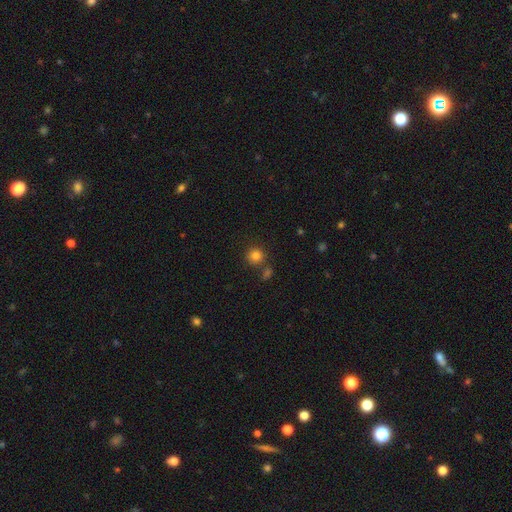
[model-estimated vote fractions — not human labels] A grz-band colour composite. It shows a smooth galaxy with no disk features (81%) that is round (92%). Merging: none (77%).